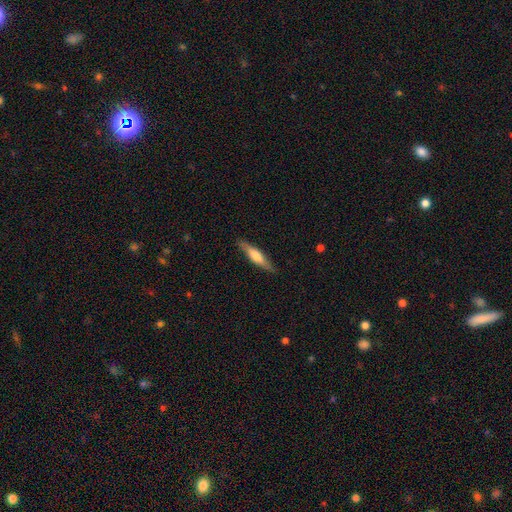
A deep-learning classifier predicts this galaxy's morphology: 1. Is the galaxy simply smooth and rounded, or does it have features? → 51% smooth, 44% featured or disk, 6% star or artifact.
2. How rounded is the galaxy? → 82% cigar-shaped, 16% in between, 2% round.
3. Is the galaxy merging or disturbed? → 86% none, 11% minor disturbance, 2% major disturbance, 1% merger.